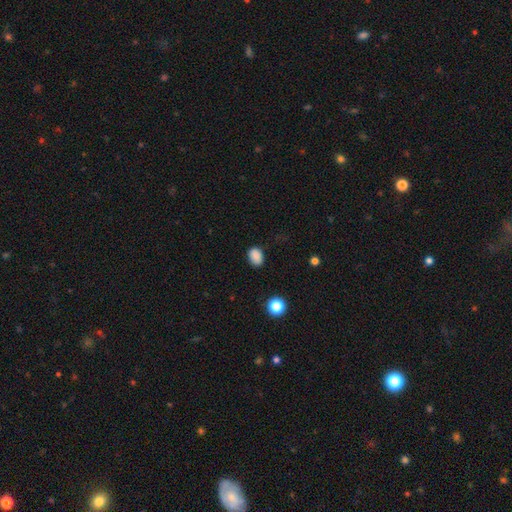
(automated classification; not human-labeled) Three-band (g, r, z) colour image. It shows a smooth galaxy with no disk features (86%) that is in between round and cigar-shaped (74%). Merging: none (80%).